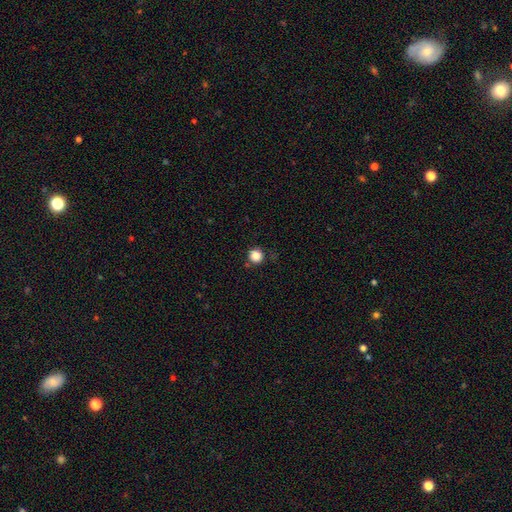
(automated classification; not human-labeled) This is clearly a smooth galaxy (86%). How rounded: clearly round (95%). Merging: clearly none (87%).